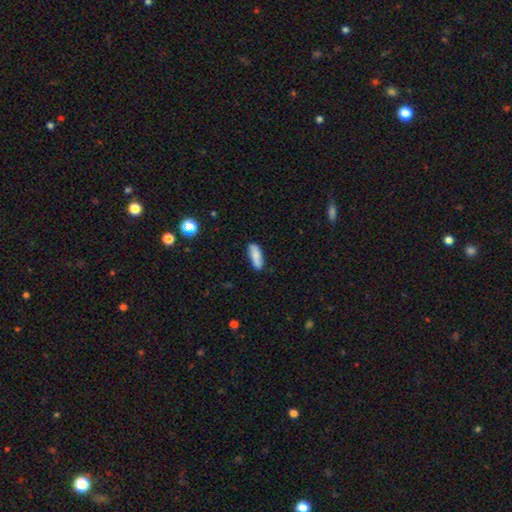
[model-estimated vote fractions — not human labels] Morphology: type=smooth (79%); roundness=in between (60%); merging=none (81%).